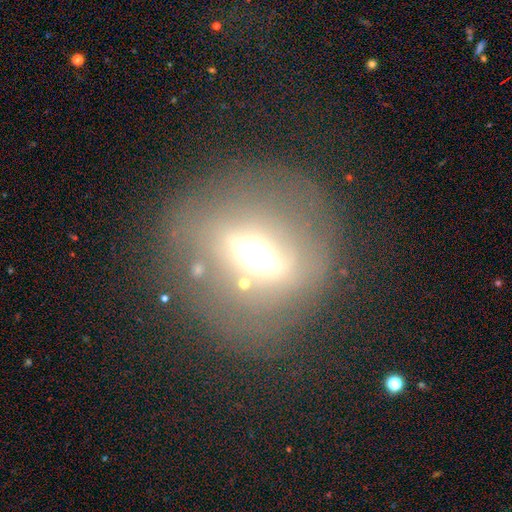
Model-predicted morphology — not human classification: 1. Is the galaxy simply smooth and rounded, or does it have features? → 48% featured or disk, 31% smooth, 21% star or artifact.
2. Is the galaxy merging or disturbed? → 66% none, 15% minor disturbance, 14% major disturbance, 5% merger.